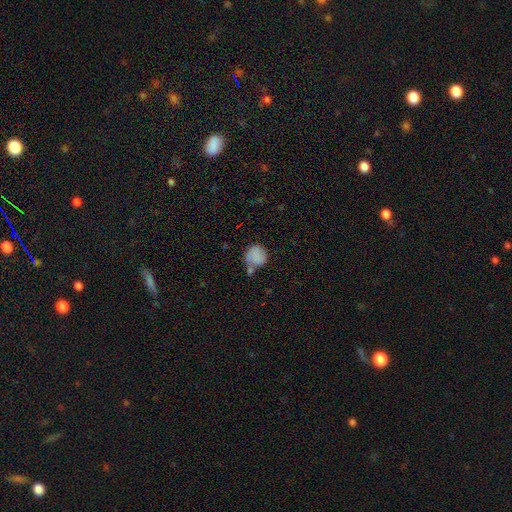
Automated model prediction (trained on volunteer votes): Q: Smooth or featured?
A: smooth (76%); runner-up: featured or disk (15%)
Q: How rounded?
A: round (78%); runner-up: in between (21%)
Q: Merging?
A: none (39%); runner-up: merger (26%)